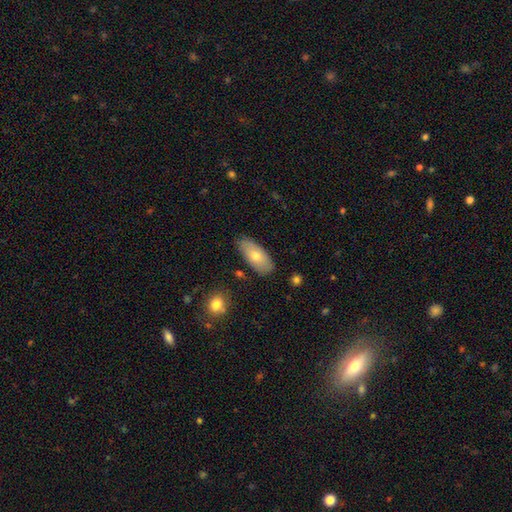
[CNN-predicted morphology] Smooth or featured? Predicted: smooth (p=0.69). How rounded? Predicted: in between (p=0.87). Merging? Predicted: none (p=0.81).